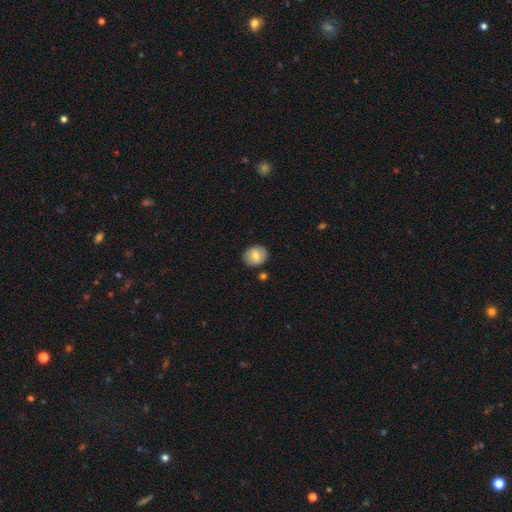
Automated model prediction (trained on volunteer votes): smooth 78%, featured or disk 15%, star or artifact 8%. Down the decision tree: how rounded — round (71%); merging — none (85%).